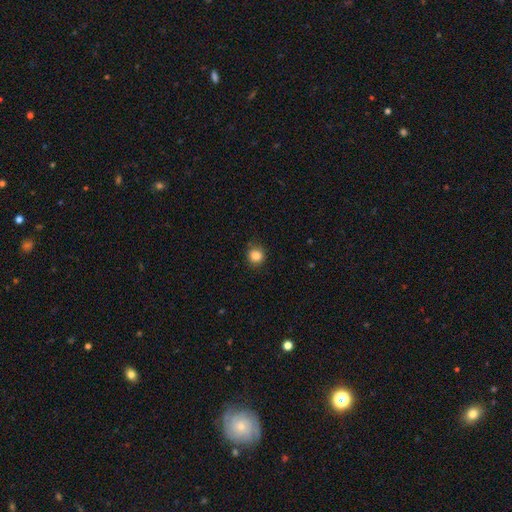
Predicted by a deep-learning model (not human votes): This is clearly a smooth galaxy (85%). How rounded: clearly round (89%). Merging: clearly none (85%).